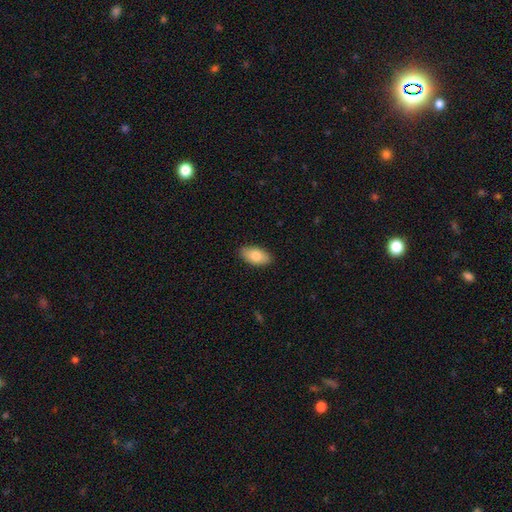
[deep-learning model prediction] Smooth or featured? smooth (83%)
How rounded? in between (94%)
Merging? none (87%)